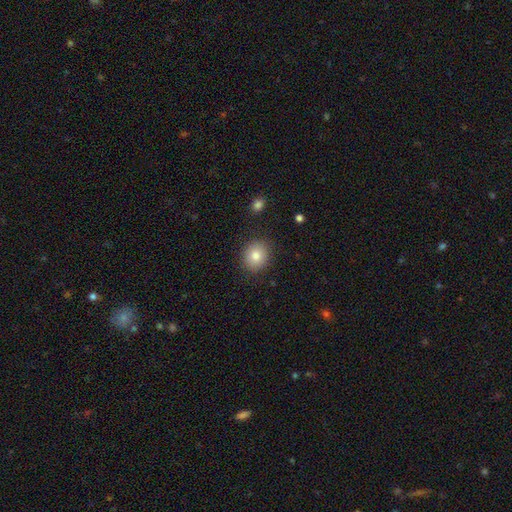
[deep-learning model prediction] A smooth galaxy with no disk features (82%) that is round (75%). Merging: none (88%).